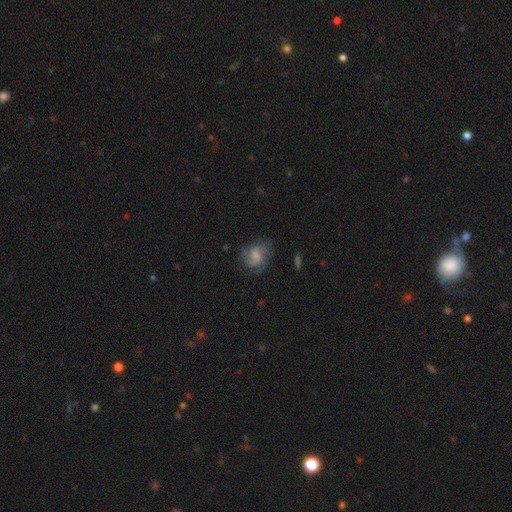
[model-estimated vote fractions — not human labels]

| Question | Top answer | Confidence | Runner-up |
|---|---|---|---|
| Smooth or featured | featured or disk | 59% | smooth (33%) |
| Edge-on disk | no | 98% | yes (2%) |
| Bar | no | 50% | weak (43%) |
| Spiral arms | yes | 89% | no (11%) |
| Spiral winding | medium | 48% | loose (30%) |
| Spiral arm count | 2 | 68% | can't tell (14%) |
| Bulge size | none | 31% | moderate (29%) |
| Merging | none | 66% | minor disturbance (21%) |